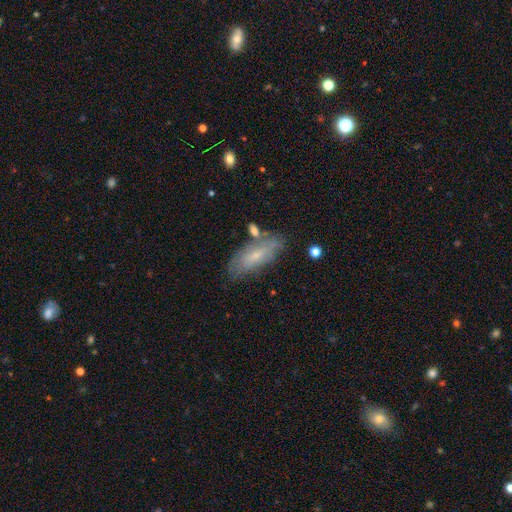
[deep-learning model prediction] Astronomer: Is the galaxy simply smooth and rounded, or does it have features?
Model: smooth — 60%.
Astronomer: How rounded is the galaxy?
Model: in between — 68%.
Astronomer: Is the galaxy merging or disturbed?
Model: none — 69%.